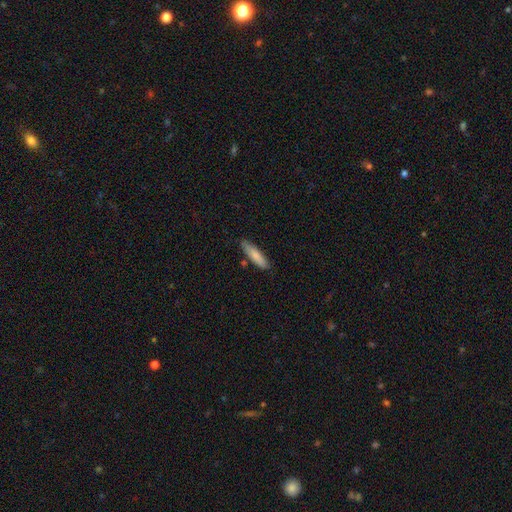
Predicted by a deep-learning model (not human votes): Smooth or featured?
  - smooth: 81% *
  - featured or disk: 13%
  - star or artifact: 6%
How rounded?
  - cigar-shaped: 74% *
  - in between: 25%
  - round: 1%
Merging?
  - none: 81% *
  - minor disturbance: 13%
  - merger: 4%
  - major disturbance: 2%